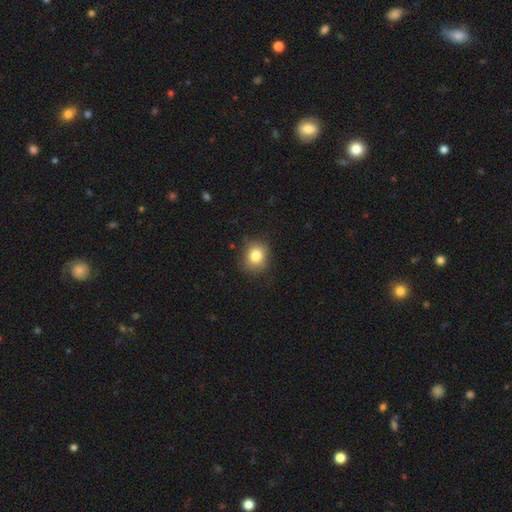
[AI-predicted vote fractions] This is clearly a smooth galaxy (82%). How rounded: likely round (73%). Merging: clearly none (82%).